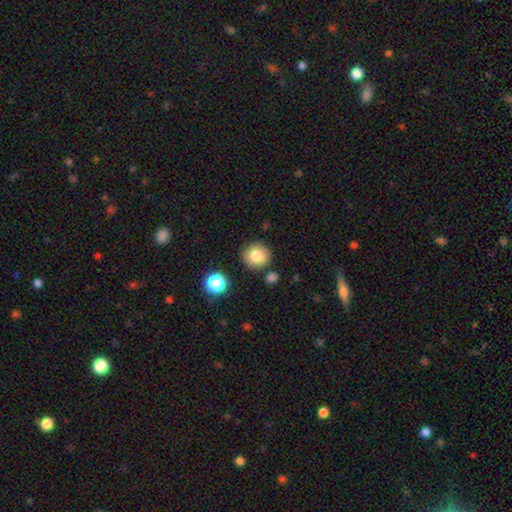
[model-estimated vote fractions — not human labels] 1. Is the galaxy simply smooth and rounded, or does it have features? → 81% smooth, 11% star or artifact, 8% featured or disk.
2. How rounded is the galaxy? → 90% round, 9% in between, 1% cigar-shaped.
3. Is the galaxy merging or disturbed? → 83% none, 9% minor disturbance, 5% merger, 3% major disturbance.